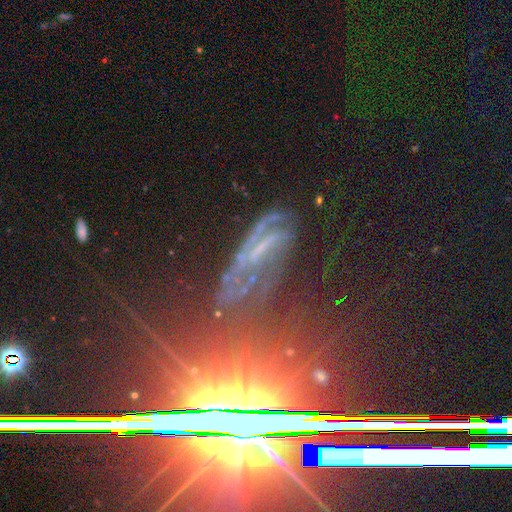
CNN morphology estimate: This appears to be a star or artifact, not a galaxy (53%).